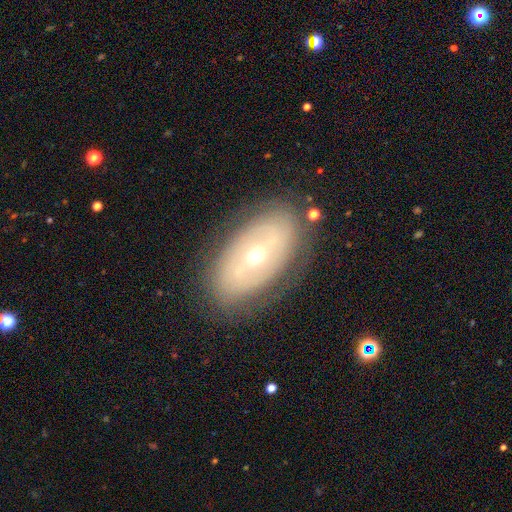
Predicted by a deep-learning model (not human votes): smooth-or-featured: featured or disk: 69% | smooth: 24% | star or artifact: 8%
  disk-edge-on: no: 90% | yes: 10%
    bar: no: 47% | weak: 34% | strong: 19%
    has-spiral-arms: yes: 55% | no: 45%
    bulge-size: small: 48% (tied) | moderate: 48% (tied) | large: 2% | dominant: 1% | none: 1%
  merging: none: 81% | minor disturbance: 13% | major disturbance: 5% | merger: 2%